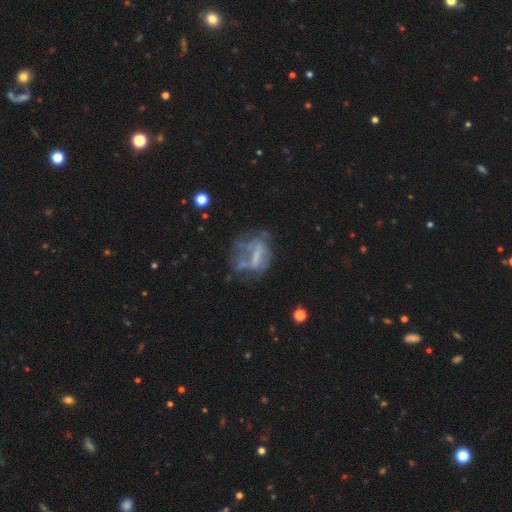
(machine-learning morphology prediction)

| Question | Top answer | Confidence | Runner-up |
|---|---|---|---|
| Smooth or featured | featured or disk | 58% | smooth (27%) |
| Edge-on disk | no | 95% | yes (5%) |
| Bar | no | 50% | weak (29%) |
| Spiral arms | no | 77% | yes (23%) |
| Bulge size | none | 57% | small (21%) |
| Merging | none | 36% | major disturbance (33%) |